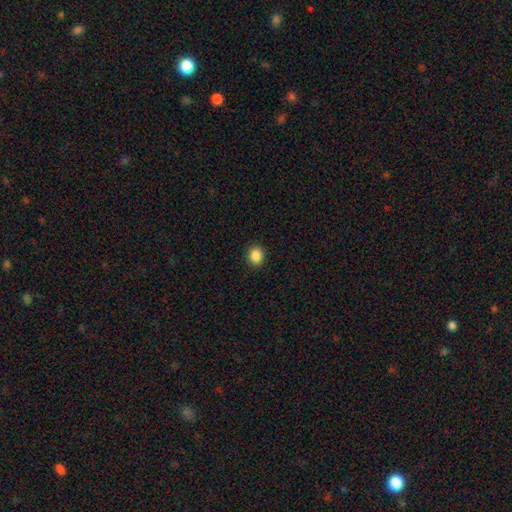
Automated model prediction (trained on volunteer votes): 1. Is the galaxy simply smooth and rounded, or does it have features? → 88% smooth, 10% star or artifact, 3% featured or disk.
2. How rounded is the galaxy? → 72% round, 27% in between, 1% cigar-shaped.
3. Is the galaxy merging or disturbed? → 91% none, 6% minor disturbance, 2% major disturbance, 1% merger.